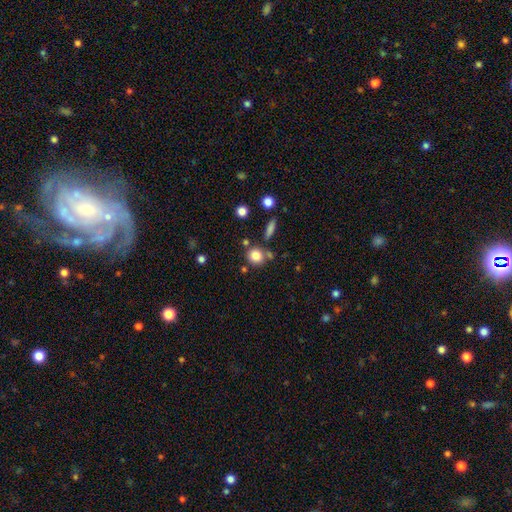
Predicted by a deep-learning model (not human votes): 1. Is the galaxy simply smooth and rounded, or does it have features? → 82% smooth, 10% star or artifact, 7% featured or disk.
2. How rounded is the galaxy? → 86% round, 12% in between, 1% cigar-shaped.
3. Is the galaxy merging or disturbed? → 70% none, 15% merger, 11% minor disturbance, 4% major disturbance.